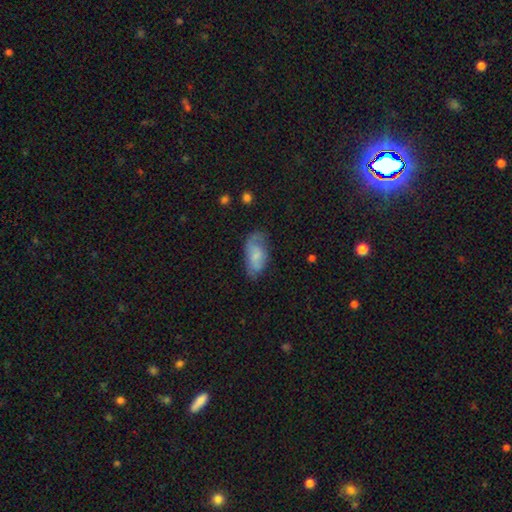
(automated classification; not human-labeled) smooth 57%, featured or disk 34%, star or artifact 8%. Down the decision tree: how rounded — in between (91%); merging — none (52%).